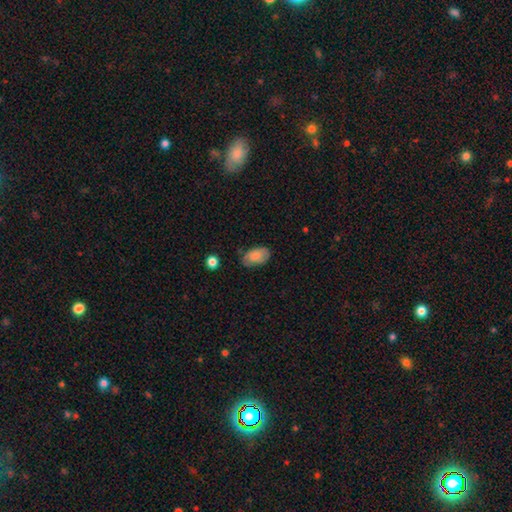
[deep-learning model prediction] A smooth galaxy with no disk features (78%) that is in between round and cigar-shaped (91%). Merging: none (68%).